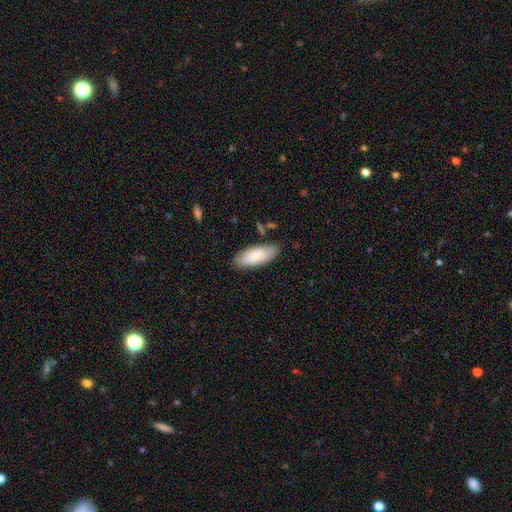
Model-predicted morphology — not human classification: Q: Smooth or featured?
A: smooth (79%); runner-up: featured or disk (16%)
Q: How rounded?
A: in between (78%); runner-up: cigar-shaped (20%)
Q: Merging?
A: none (83%); runner-up: minor disturbance (13%)